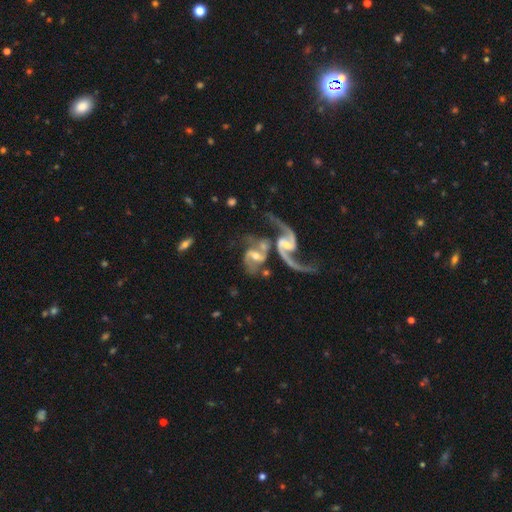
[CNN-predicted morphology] Smooth or featured? featured or disk (85%)
Edge-on disk? no (97%)
Bar? weak (47%)
Spiral arms? yes (94%)
Spiral winding? loose (62%)
Spiral arm count? 2 (82%)
Bulge size? moderate (49%)
Merging? merger (56%)